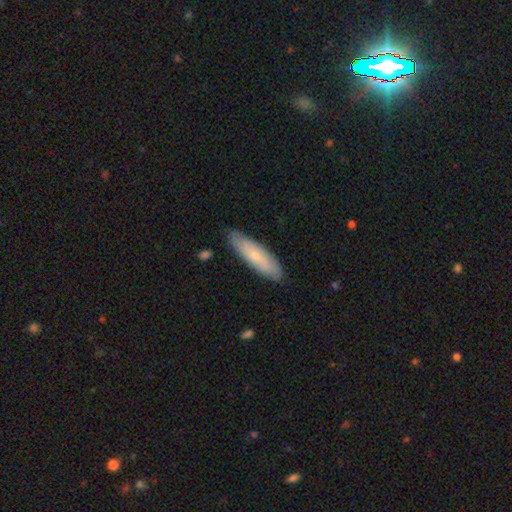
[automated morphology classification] smooth_or_featured: smooth (p=0.66) [alt: featured or disk p=0.28]
how_rounded: cigar-shaped (p=0.61) [alt: in between p=0.37]
merging: none (p=0.82) [alt: minor disturbance p=0.14]